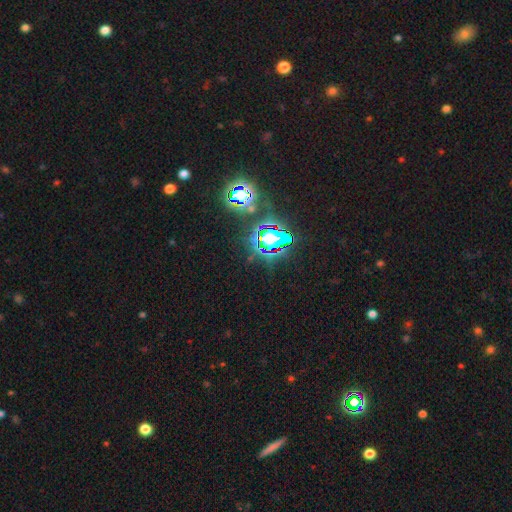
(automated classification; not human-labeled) smooth_or_featured: star or artifact (p=0.83) [alt: smooth p=0.11]